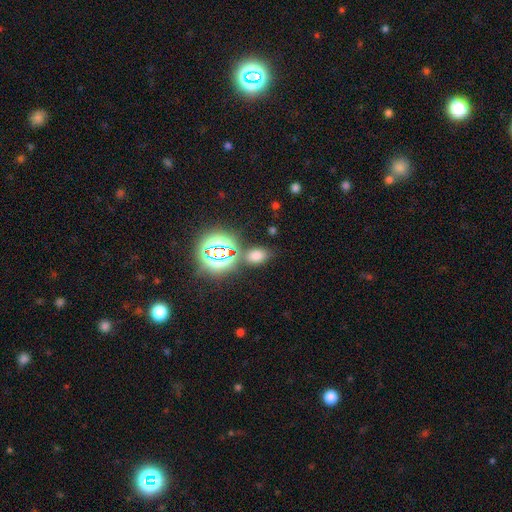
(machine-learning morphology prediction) A smooth galaxy with no disk features (62%) that is in between round and cigar-shaped (80%). Merging: none (76%).